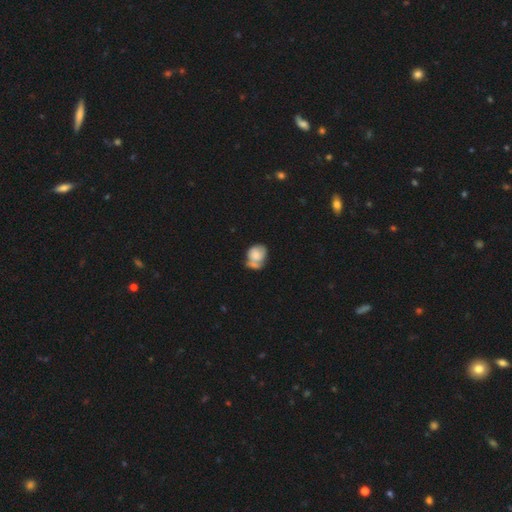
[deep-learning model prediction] Smooth or featured? smooth (62%)
How rounded? round (56%)
Merging? none (31%)